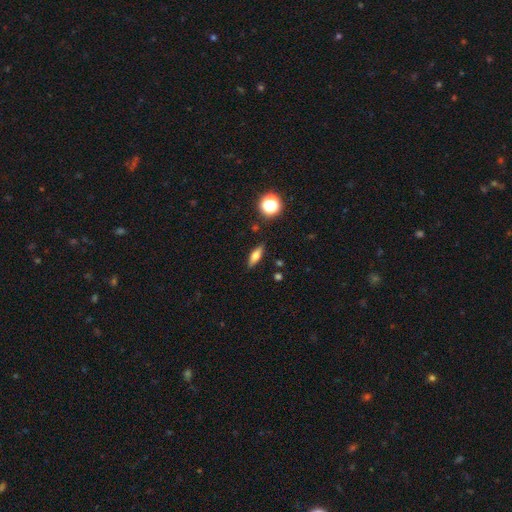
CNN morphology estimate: smooth-or-featured: smooth: 59% | featured or disk: 30% | star or artifact: 11%
  how-rounded: in between: 53% | cigar-shaped: 41% | round: 6%
  merging: none: 87% | minor disturbance: 9% | major disturbance: 2% | merger: 2%